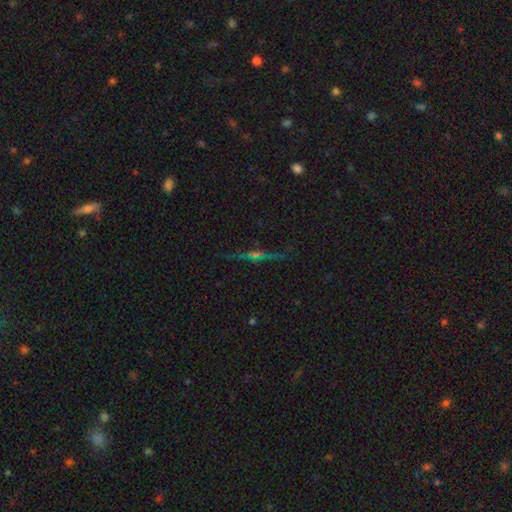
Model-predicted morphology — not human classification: Q: Smooth or featured?
A: featured or disk (72%); runner-up: star or artifact (17%)
Q: Edge-on disk?
A: yes (94%); runner-up: no (6%)
Q: Edge-on bulge?
A: rounded (84%); runner-up: none (10%)
Q: Merging?
A: none (87%); runner-up: minor disturbance (8%)